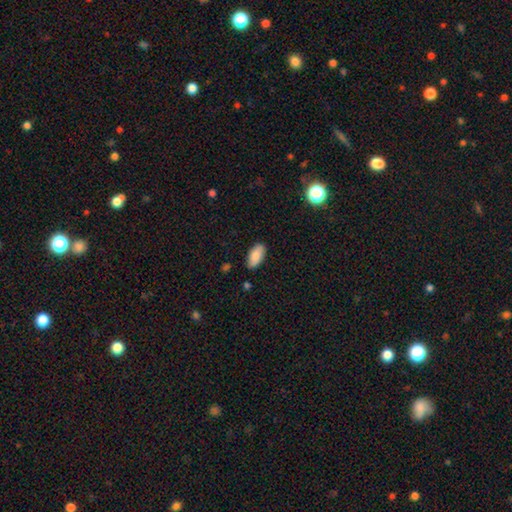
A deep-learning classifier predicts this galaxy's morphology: smooth_or_featured: smooth (p=0.86) [alt: featured or disk p=0.08]
how_rounded: in between (p=0.92) [alt: cigar-shaped p=0.05]
merging: none (p=0.84) [alt: minor disturbance p=0.12]